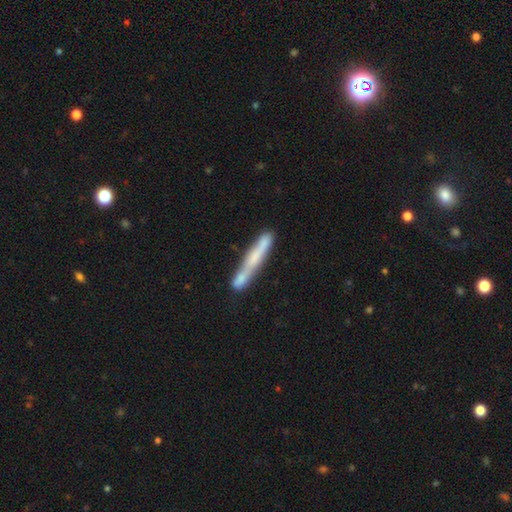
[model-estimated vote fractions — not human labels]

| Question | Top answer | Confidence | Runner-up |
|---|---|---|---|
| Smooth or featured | smooth | 48% | featured or disk (45%) |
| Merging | none | 64% | minor disturbance (17%) |